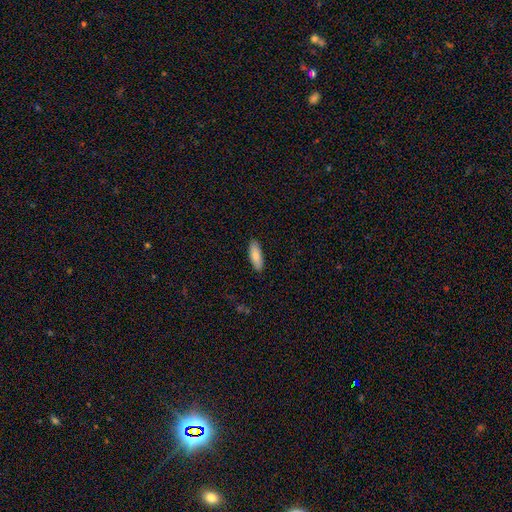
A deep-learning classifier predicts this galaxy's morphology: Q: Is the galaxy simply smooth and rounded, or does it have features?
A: smooth — 83%.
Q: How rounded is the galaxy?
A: in between — 64%.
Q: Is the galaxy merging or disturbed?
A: none — 89%.